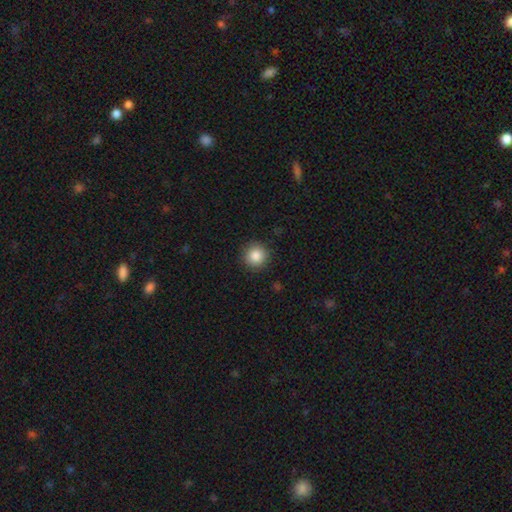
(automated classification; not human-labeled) The model was most divided on "smooth or featured": smooth: 86%, star or artifact: 9%, featured or disk: 5%. More confident: how rounded — round (95%); merging — none (91%).